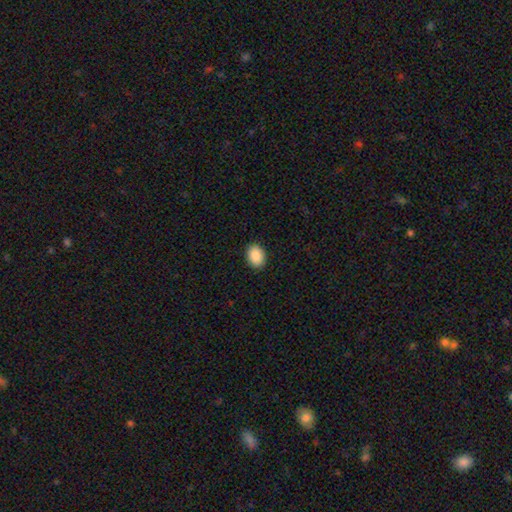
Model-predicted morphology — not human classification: smooth_or_featured: smooth (p=0.90) [alt: star or artifact p=0.07]
how_rounded: in between (p=0.74) [alt: round p=0.25]
merging: none (p=0.90) [alt: minor disturbance p=0.07]